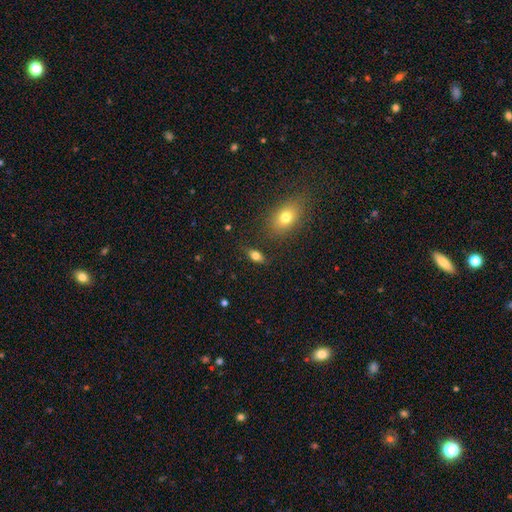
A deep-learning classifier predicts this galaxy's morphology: A smooth galaxy with no disk features (76%) that is in between round and cigar-shaped (84%).

Vote fractions:
- Smooth or featured? smooth: 76% / featured or disk: 14% / star or artifact: 10%
- How rounded? in between: 84% / cigar-shaped: 8% / round: 8%
- Merging? none: 82% / minor disturbance: 12% / major disturbance: 4% / merger: 3%